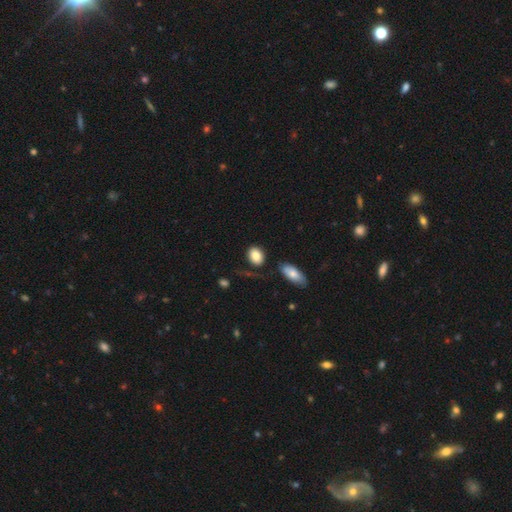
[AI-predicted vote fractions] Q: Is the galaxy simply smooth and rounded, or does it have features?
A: smooth — 84%.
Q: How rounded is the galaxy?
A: in between — 71%.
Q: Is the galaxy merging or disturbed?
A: none — 71%.